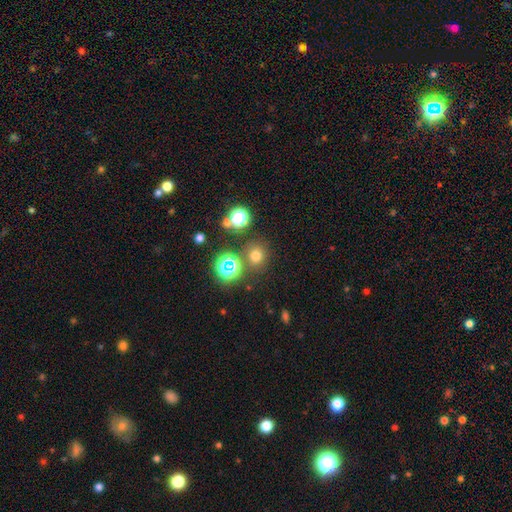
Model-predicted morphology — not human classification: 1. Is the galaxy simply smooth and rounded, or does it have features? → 67% smooth, 27% star or artifact, 7% featured or disk.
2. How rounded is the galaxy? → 87% round, 12% in between, 1% cigar-shaped.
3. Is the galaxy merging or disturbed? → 80% none, 9% minor disturbance, 8% merger, 4% major disturbance.